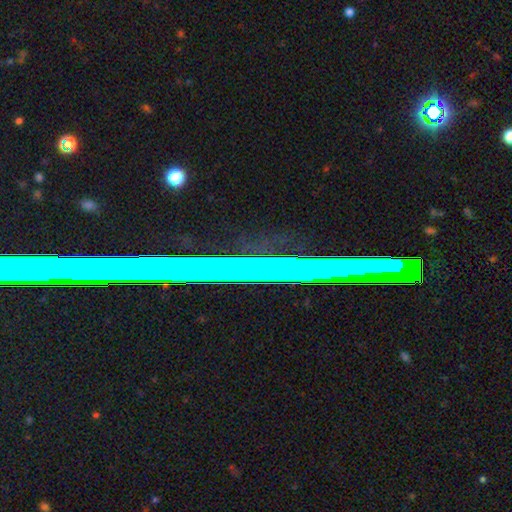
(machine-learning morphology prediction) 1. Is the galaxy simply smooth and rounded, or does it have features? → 59% star or artifact, 28% featured or disk, 13% smooth.